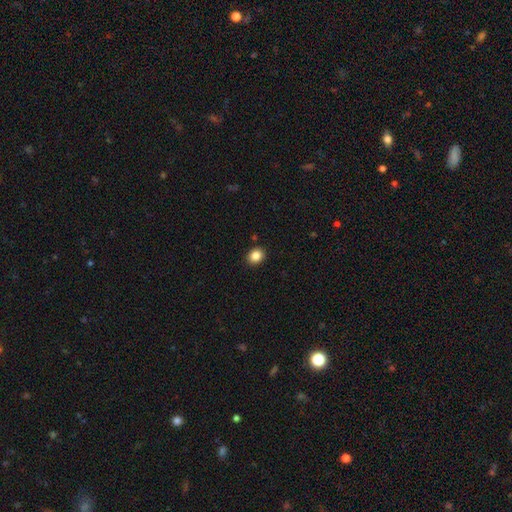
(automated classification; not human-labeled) smooth_or_featured: smooth (p=0.85) [alt: star or artifact p=0.10]
how_rounded: round (p=0.62) [alt: in between p=0.37]
merging: none (p=0.90) [alt: minor disturbance p=0.07]